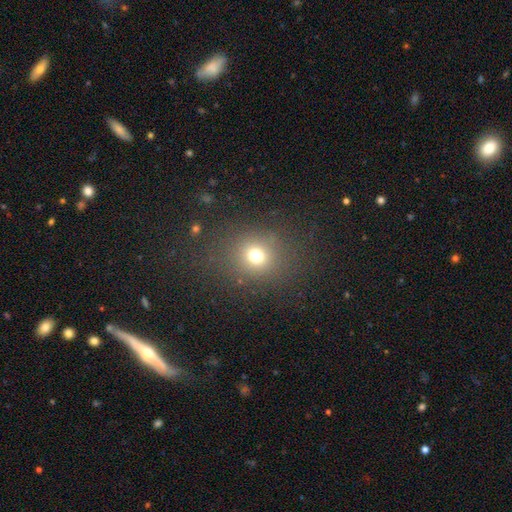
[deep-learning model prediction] This appears to be a smooth galaxy with no disk features (71%) that is round (78%). Merging: none (82%).